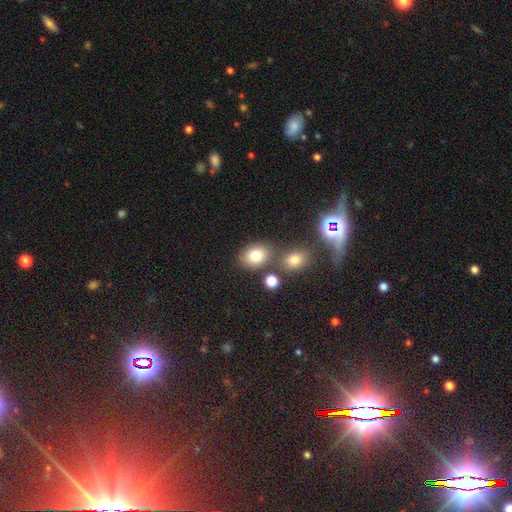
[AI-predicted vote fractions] smooth-or-featured: smooth: 78% | star or artifact: 13% | featured or disk: 9%
  how-rounded: in between: 60% | round: 39% | cigar-shaped: 1%
  merging: none: 69% | merger: 15% | minor disturbance: 12% | major disturbance: 4%